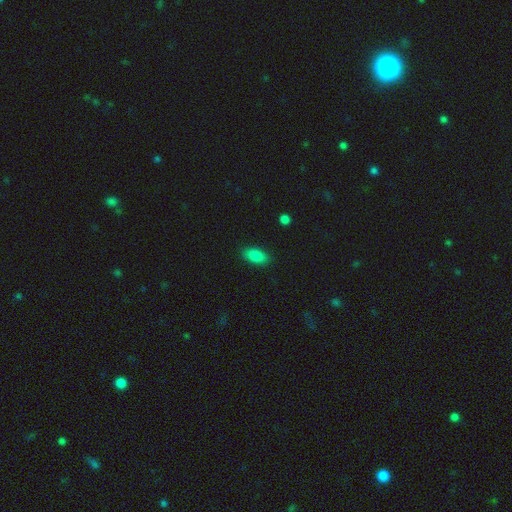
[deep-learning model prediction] Overall: smooth (86%). How rounded: in between (90%). Merging: none (88%).